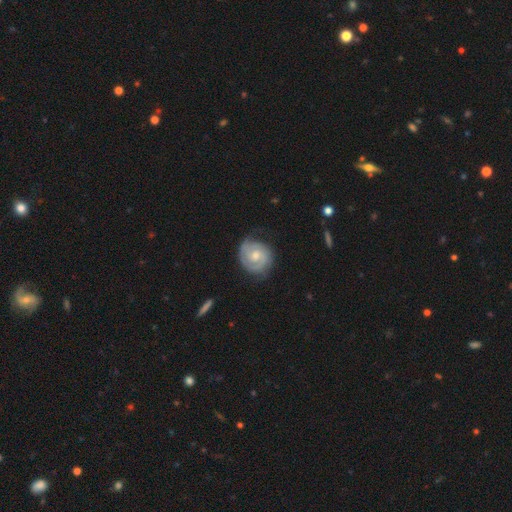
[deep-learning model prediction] smooth_or_featured: featured or disk (p=0.80) [alt: smooth p=0.15]
disk_edge_on: no (p=0.98) [alt: yes p=0.02]
bar: no (p=0.61) [alt: weak p=0.33]
has_spiral_arms: yes (p=0.94) [alt: no p=0.06]
spiral_winding: tight (p=0.67) [alt: medium p=0.26]
spiral_arm_count: 2 (p=0.67) [alt: can't tell p=0.15]
bulge_size: moderate (p=0.61) [alt: small p=0.31]
merging: none (p=0.71) [alt: minor disturbance p=0.20]